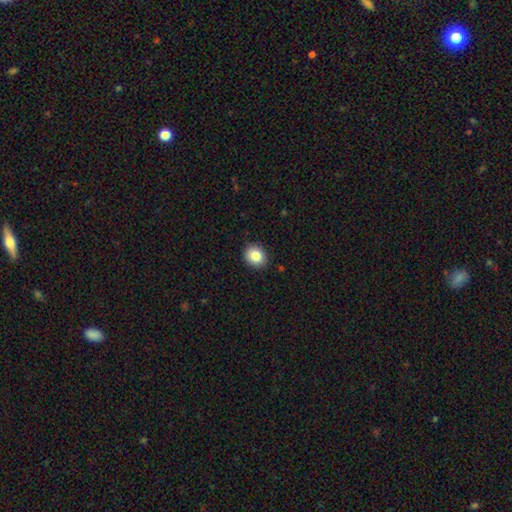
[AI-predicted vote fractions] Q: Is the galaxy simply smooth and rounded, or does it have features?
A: smooth — 84%.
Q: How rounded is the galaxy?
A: round — 64%.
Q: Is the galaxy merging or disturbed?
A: none — 89%.